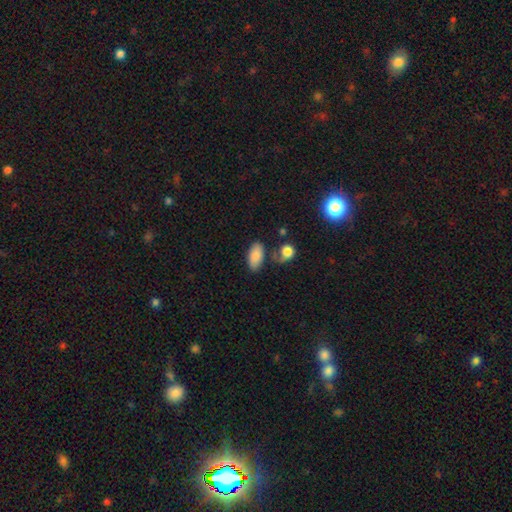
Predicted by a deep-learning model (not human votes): smooth 82%, featured or disk 10%, star or artifact 8%. Down the decision tree: how rounded — in between (92%); merging — none (61%).